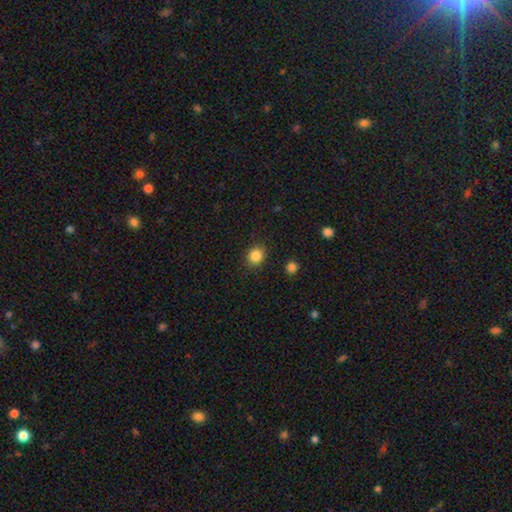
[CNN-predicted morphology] Smooth or featured? smooth (86%)
How rounded? round (81%)
Merging? none (89%)